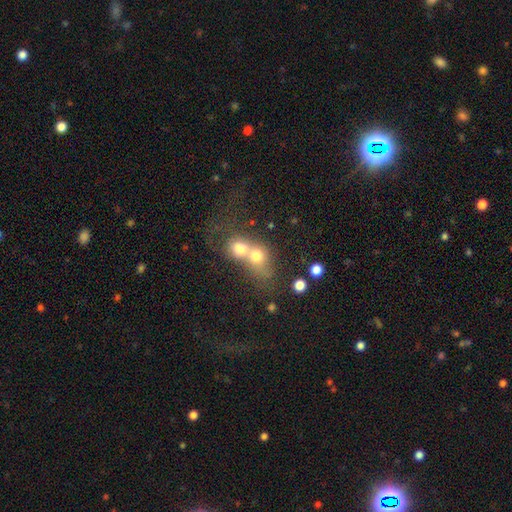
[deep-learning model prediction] Overall: smooth (50%; featured or disk 32%). How rounded: round (63%; in between 34%). Merging: merger (78%).